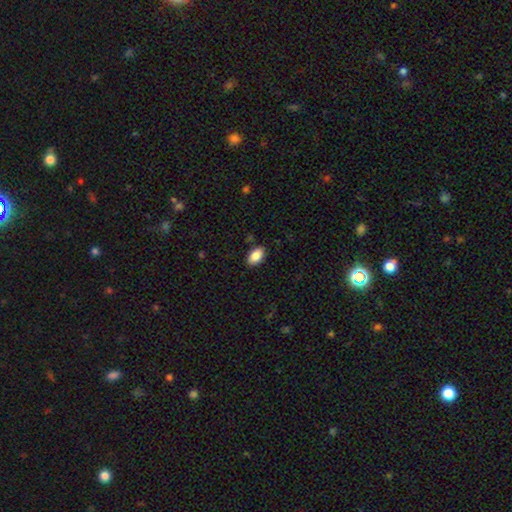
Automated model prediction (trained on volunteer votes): Smooth or featured? Predicted: smooth (p=0.87). How rounded? Predicted: in between (p=0.93). Merging? Predicted: none (p=0.87).